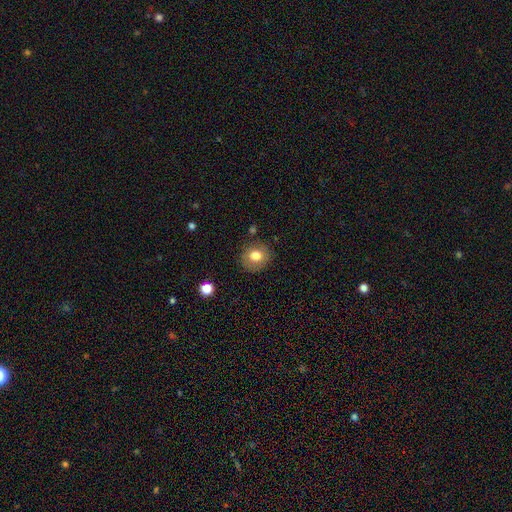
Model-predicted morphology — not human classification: This appears to be a smooth galaxy with no disk features (79%) that is round (77%). Merging: none (82%).